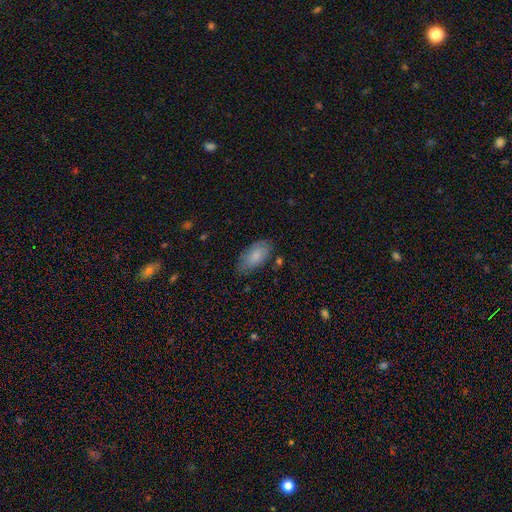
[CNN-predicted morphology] type=smooth (79%); roundness=in between (93%); merging=none (75%).